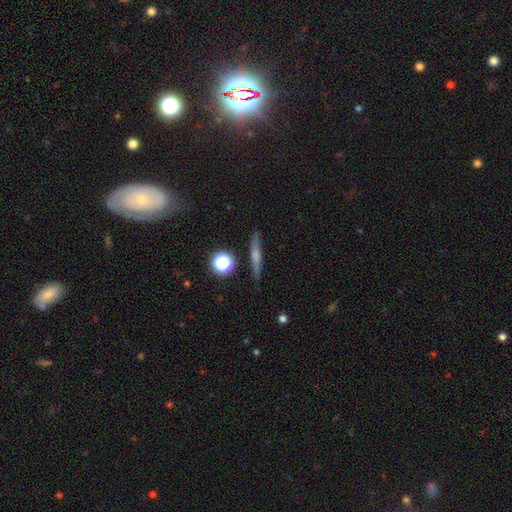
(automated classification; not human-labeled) Overall: featured or disk (51%; smooth 35%). Edge-on disk: yes (92%). Merging: none (87%).